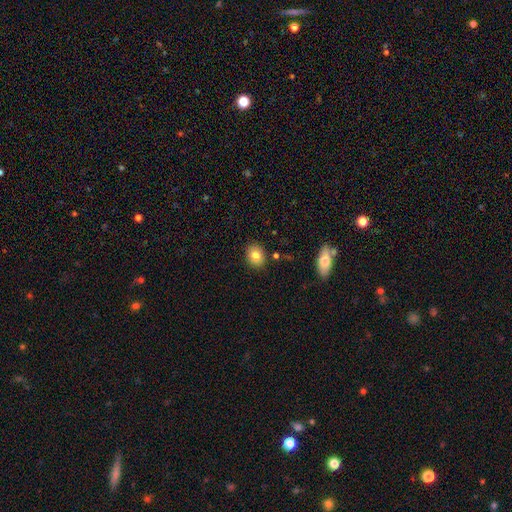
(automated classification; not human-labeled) This appears to be a smooth galaxy with no disk features (81%) that is round (50%). Merging: none (87%).